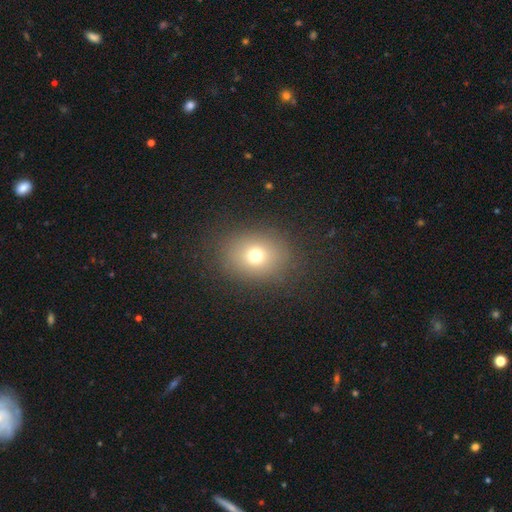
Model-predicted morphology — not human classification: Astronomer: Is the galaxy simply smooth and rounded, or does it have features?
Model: smooth — 72%.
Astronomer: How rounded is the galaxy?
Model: round — 52% (runner-up: in between, 47%).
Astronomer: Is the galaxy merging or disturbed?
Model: none — 85%.